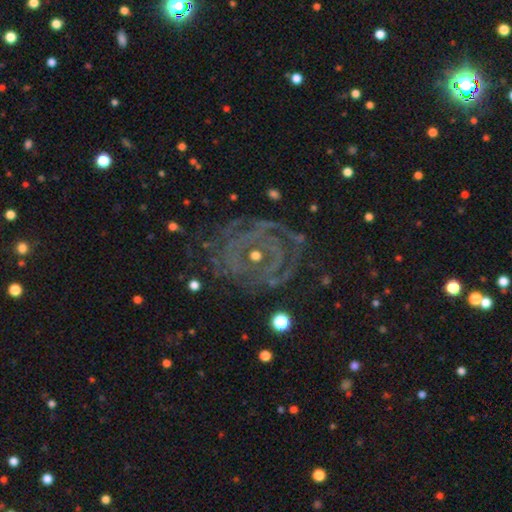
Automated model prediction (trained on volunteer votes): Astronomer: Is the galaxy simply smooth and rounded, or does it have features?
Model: featured or disk — 79%.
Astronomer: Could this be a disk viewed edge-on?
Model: no — 97%.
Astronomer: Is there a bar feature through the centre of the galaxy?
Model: no — 81%.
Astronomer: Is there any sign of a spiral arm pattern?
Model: yes — 79%.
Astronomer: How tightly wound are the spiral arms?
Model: tight — 70%.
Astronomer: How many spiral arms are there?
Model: can't tell — 35% (runner-up: 2, 18%).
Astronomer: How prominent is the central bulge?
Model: moderate — 55% (runner-up: small, 34%).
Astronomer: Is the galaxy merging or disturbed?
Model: none — 67%.